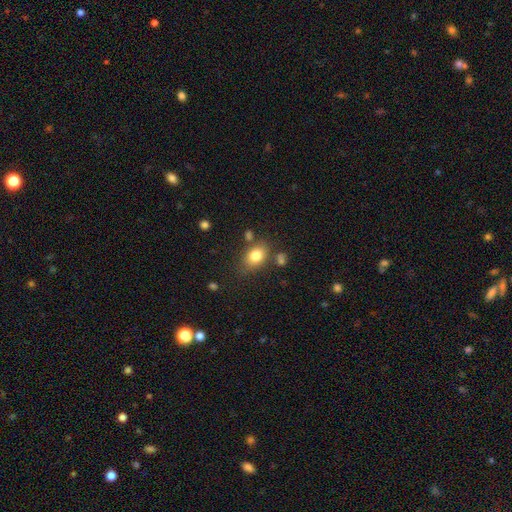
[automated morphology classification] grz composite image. It shows a smooth galaxy with no disk features (80%) that is in between round and cigar-shaped (74%). Merging: none (73%).